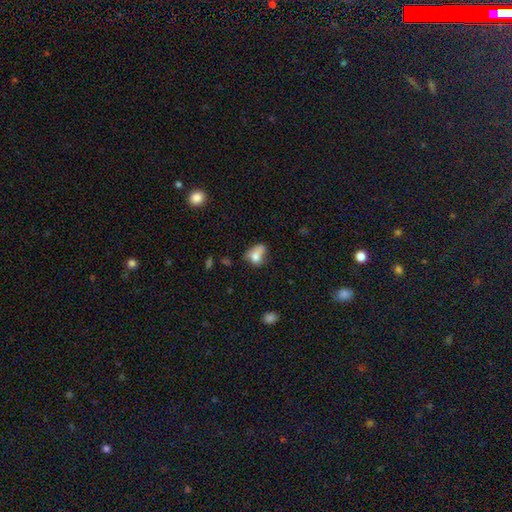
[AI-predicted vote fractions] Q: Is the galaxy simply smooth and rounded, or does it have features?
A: smooth — 71%.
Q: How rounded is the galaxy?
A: in between — 69%.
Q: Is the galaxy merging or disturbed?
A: none — 31%.